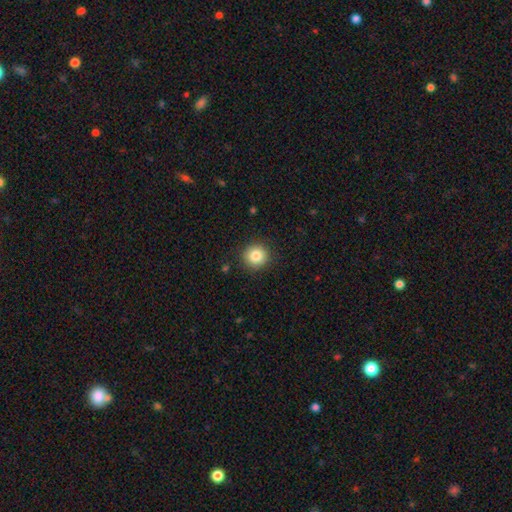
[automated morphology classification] smooth_or_featured: smooth (p=0.84) [alt: star or artifact p=0.10]
how_rounded: round (p=0.93) [alt: in between p=0.06]
merging: none (p=0.91) [alt: minor disturbance p=0.06]